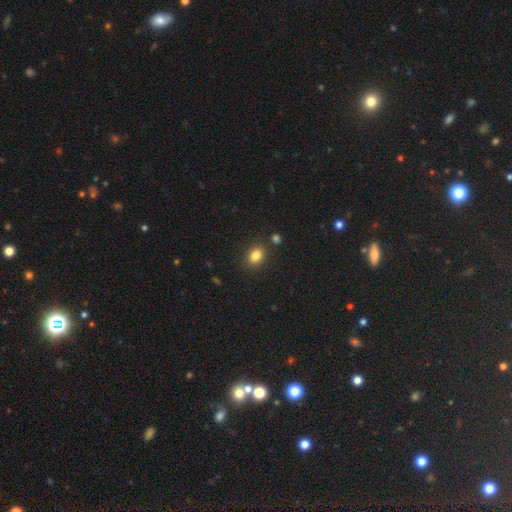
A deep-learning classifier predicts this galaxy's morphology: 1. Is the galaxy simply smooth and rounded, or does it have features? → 83% smooth, 11% star or artifact, 6% featured or disk.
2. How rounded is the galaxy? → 62% in between, 37% round, 1% cigar-shaped.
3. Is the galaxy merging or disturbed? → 83% none, 9% minor disturbance, 5% merger, 3% major disturbance.